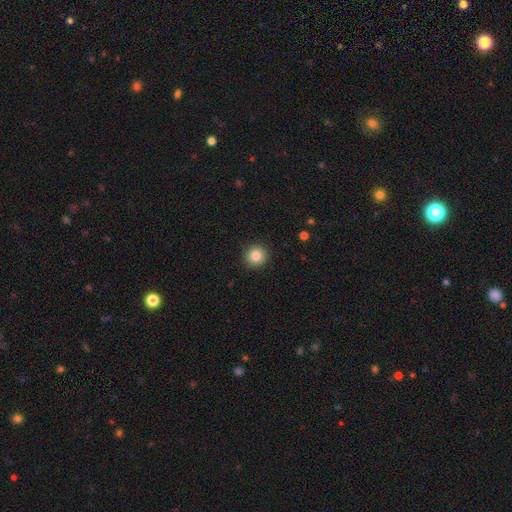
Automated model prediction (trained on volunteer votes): A smooth galaxy with no disk features (84%) that is round (94%). Merging: none (92%).